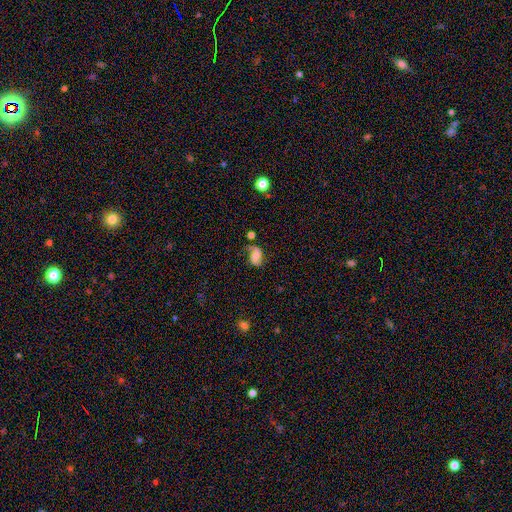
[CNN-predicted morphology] Q: Smooth or featured?
A: featured or disk (54%); runner-up: smooth (36%)
Q: Edge-on disk?
A: no (97%); runner-up: yes (3%)
Q: Bar?
A: no (53%); runner-up: weak (34%)
Q: Spiral arms?
A: yes (86%); runner-up: no (14%)
Q: Bulge size?
A: moderate (39%); runner-up: small (34%)
Q: Merging?
A: none (48%); runner-up: minor disturbance (26%)